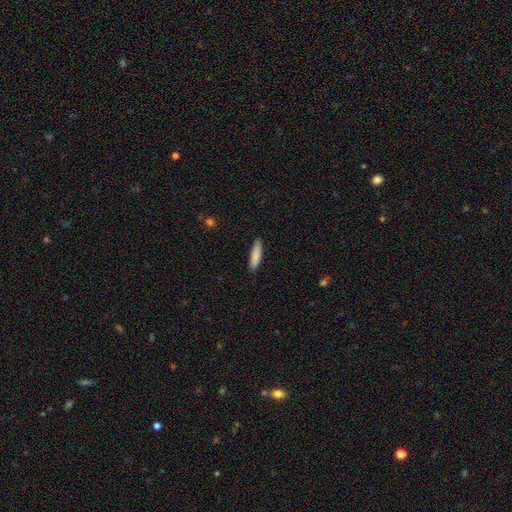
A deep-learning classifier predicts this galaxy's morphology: Overall: smooth (85%). How rounded: cigar-shaped (77%). Merging: none (87%).